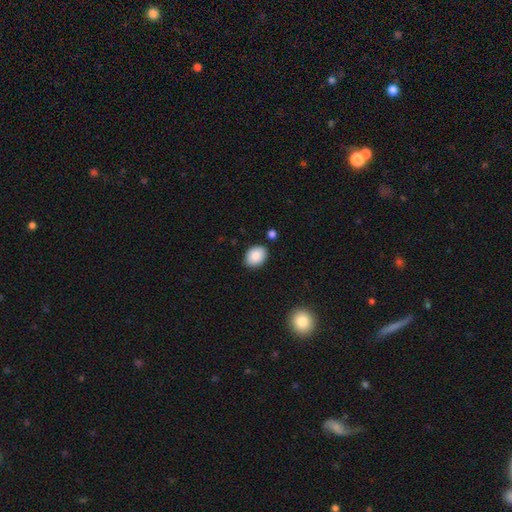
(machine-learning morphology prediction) Q: Smooth or featured?
A: smooth (88%); runner-up: star or artifact (7%)
Q: How rounded?
A: in between (75%); runner-up: round (24%)
Q: Merging?
A: none (84%); runner-up: minor disturbance (11%)